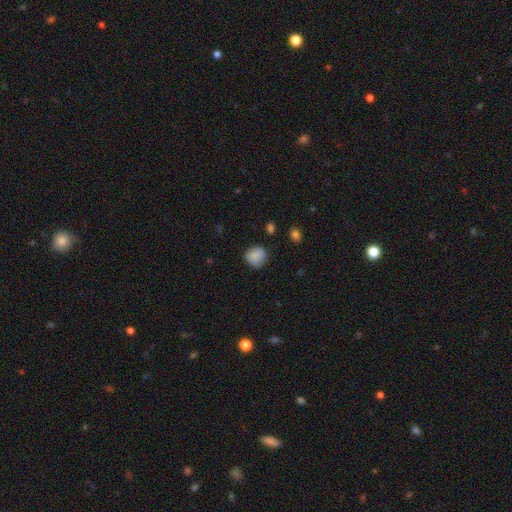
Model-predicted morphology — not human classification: type=smooth (84%); roundness=round (79%); merging=none (76%).